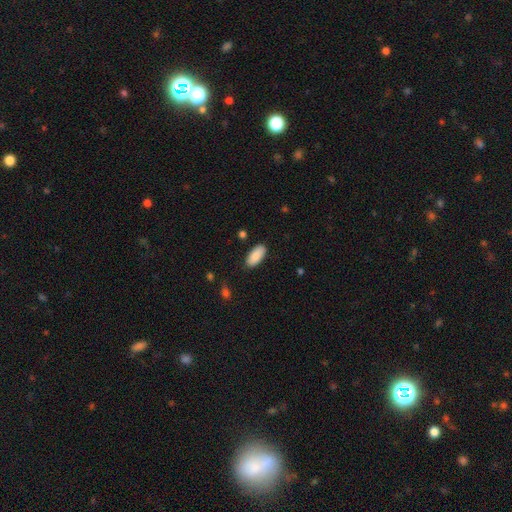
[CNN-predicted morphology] The model was most divided on "merging": none: 86%, minor disturbance: 10%, major disturbance: 2%, merger: 1%. More confident: how rounded — in between (89%); smooth or featured — smooth (89%).